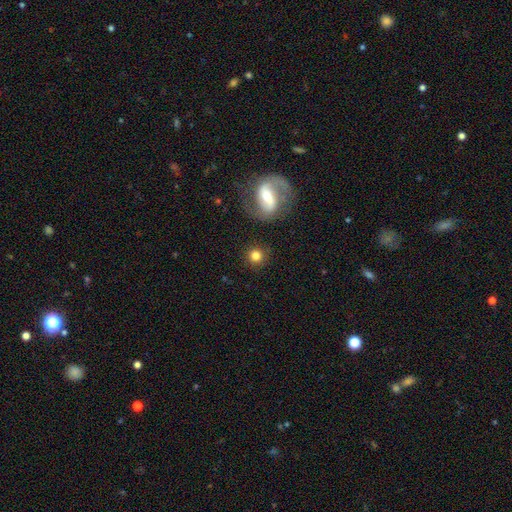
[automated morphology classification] This is likely a smooth galaxy (78%). How rounded: clearly round (91%). Merging: clearly none (85%).